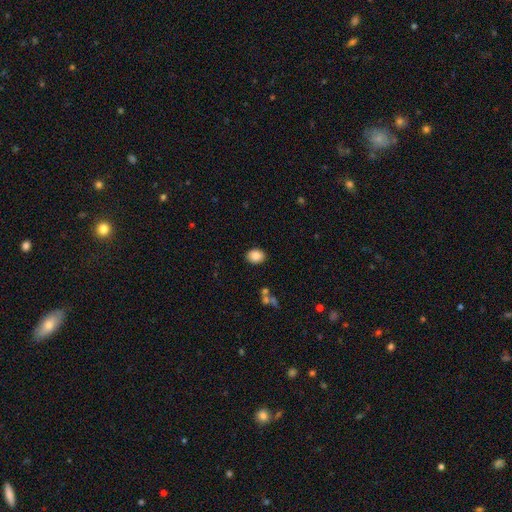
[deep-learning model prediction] Smooth or featured: smooth — 87% (star or artifact — 8%)
How rounded: in between — 58% (round — 41%)
Merging: none — 87% (minor disturbance — 8%)